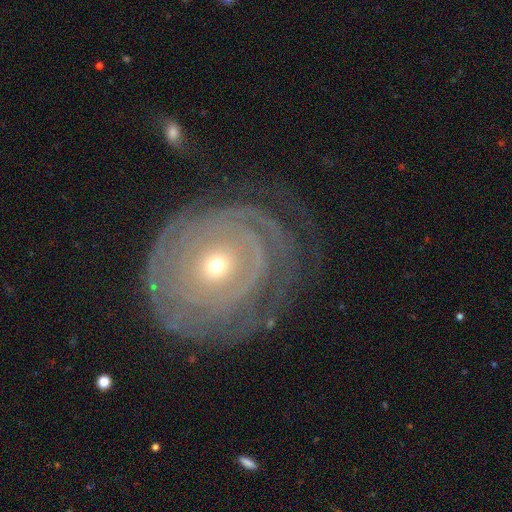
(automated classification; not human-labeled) Morphology: type=featured or disk (82%); edge-on=no (96%); bar=no (81%); spiral arms=yes (87%); winding=tight (86%); arm count=can't tell (43%); bulge=small (63%); merging=none (69%).